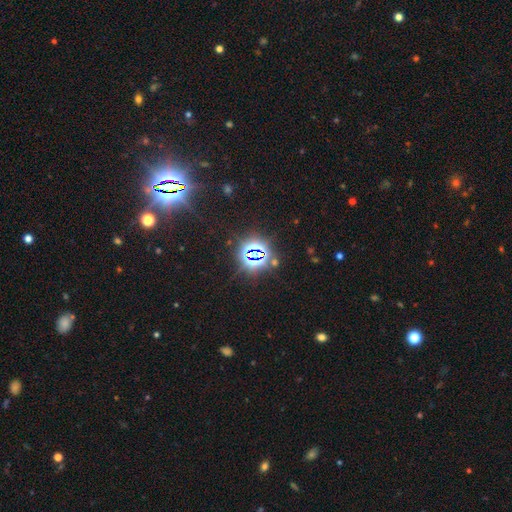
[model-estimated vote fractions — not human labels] Smooth or featured: star or artifact — 79% (smooth — 13%)